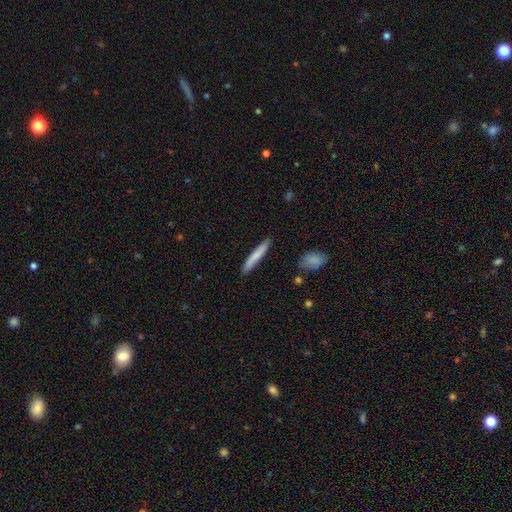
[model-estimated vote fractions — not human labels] Smooth or featured? smooth (74%)
How rounded? cigar-shaped (94%)
Merging? none (88%)